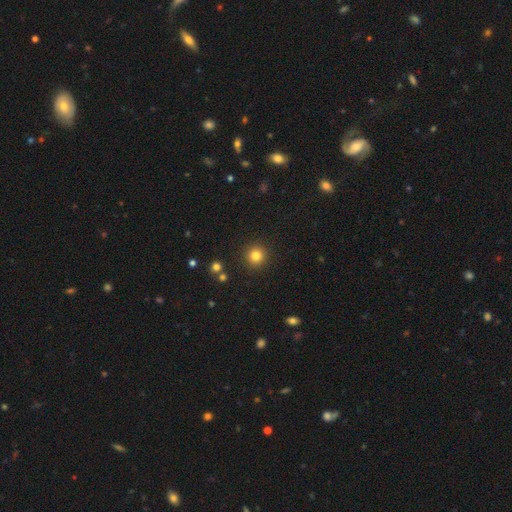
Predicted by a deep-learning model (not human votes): smooth 82%, star or artifact 12%, featured or disk 6%. Down the decision tree: how rounded — round (94%); merging — none (91%).